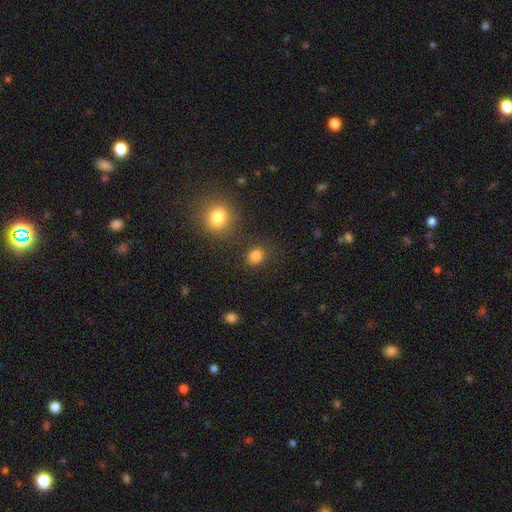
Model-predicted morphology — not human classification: A smooth galaxy with no disk features (84%) that is round (60%).

Vote fractions:
- Smooth or featured? smooth: 84% / star or artifact: 12% / featured or disk: 4%
- How rounded? round: 60% / in between: 39% / cigar-shaped: 1%
- Merging? none: 80% / minor disturbance: 10% / merger: 5% / major disturbance: 4%